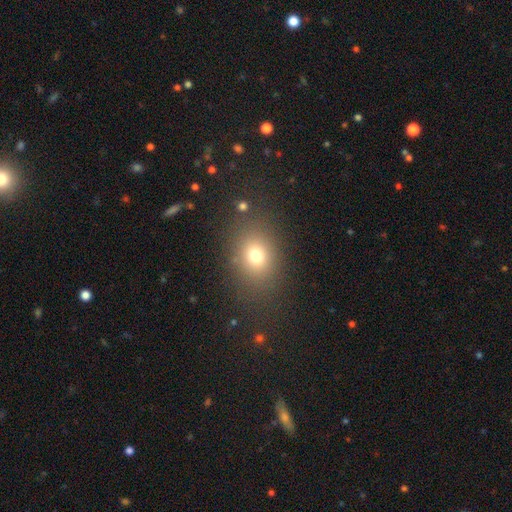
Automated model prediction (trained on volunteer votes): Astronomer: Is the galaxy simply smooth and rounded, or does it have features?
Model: smooth — 74%.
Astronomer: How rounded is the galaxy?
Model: in between — 52% (runner-up: round, 47%).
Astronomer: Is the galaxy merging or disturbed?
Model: none — 80%.